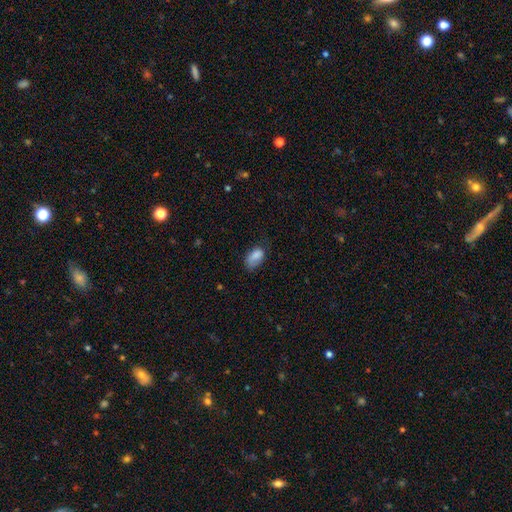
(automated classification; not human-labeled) Overall: smooth (80%). How rounded: in between (91%). Merging: none (50%; minor disturbance 33%).